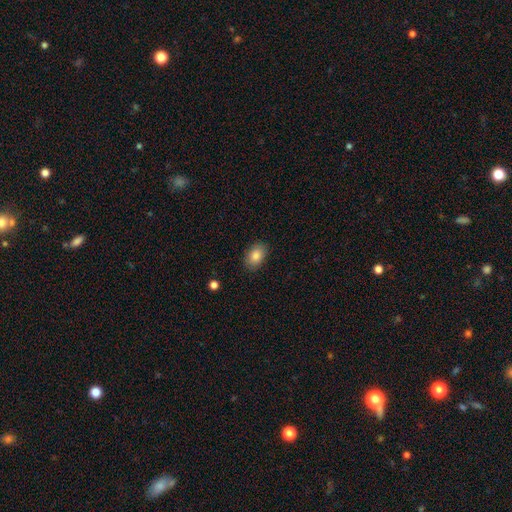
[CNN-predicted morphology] This appears to be a smooth galaxy with no disk features (86%) that is in between round and cigar-shaped (85%). Merging: none (87%).